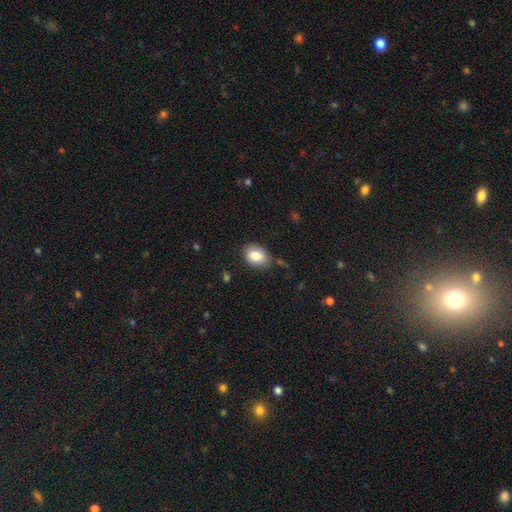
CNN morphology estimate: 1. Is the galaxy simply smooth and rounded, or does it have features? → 83% smooth, 9% featured or disk, 8% star or artifact.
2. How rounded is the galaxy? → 73% in between, 26% round, 1% cigar-shaped.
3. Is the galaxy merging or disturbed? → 78% none, 16% minor disturbance, 3% major disturbance, 2% merger.